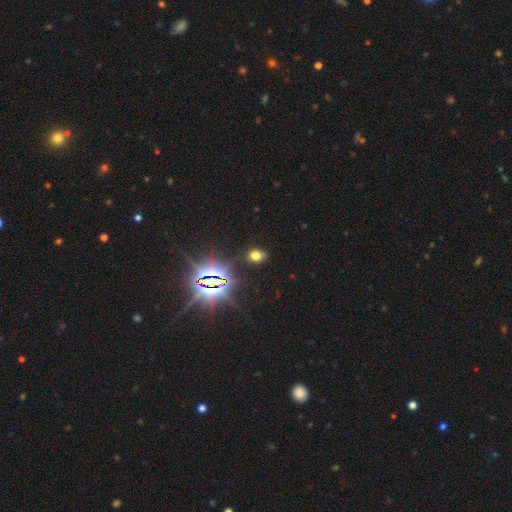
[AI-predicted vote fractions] A smooth galaxy with no disk features (58%) that is in between round and cigar-shaped (51%).

Vote fractions:
- Smooth or featured? smooth: 58% / star or artifact: 33% / featured or disk: 9%
- How rounded? in between: 51% / round: 48% / cigar-shaped: 2%
- Merging? none: 84% / minor disturbance: 11% / major disturbance: 3% / merger: 2%